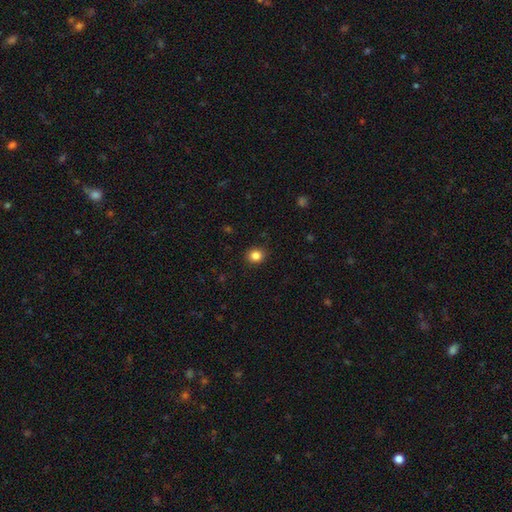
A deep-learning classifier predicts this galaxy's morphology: The model was most divided on "how rounded": round: 81%, in between: 18%, cigar-shaped: 1%. More confident: merging — none (90%); smooth or featured — smooth (84%).